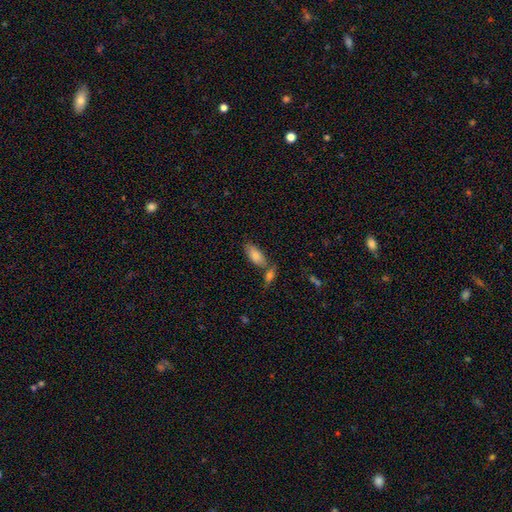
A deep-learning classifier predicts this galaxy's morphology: Smooth or featured? Predicted: smooth (p=0.83). How rounded? Predicted: in between (p=0.86). Merging? Predicted: none (p=0.58).